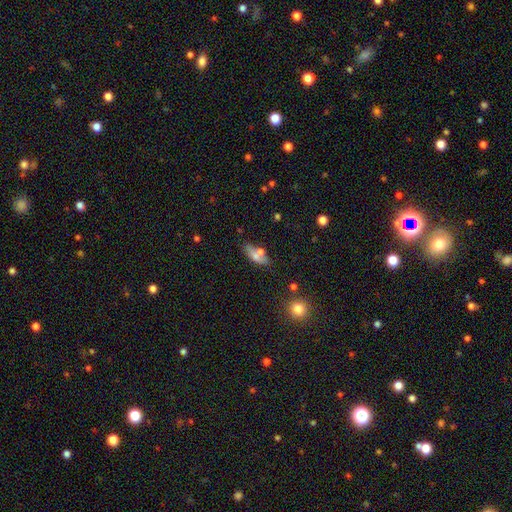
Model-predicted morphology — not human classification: Smooth or featured?
  - smooth: 62% *
  - featured or disk: 26%
  - star or artifact: 13%
How rounded?
  - in between: 70% *
  - cigar-shaped: 24%
  - round: 6%
Merging?
  - none: 54% *
  - merger: 21%
  - minor disturbance: 18%
  - major disturbance: 7%